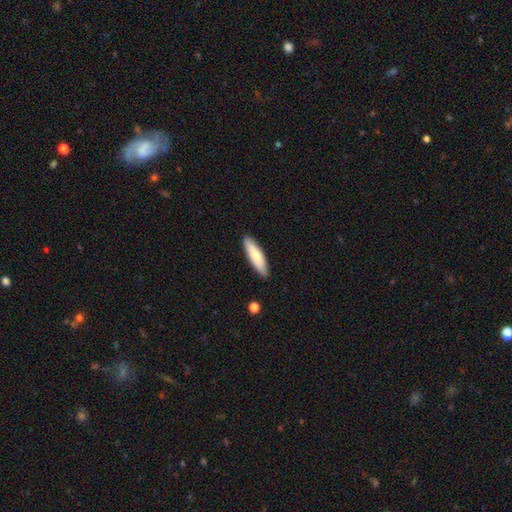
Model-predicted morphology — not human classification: Smooth or featured: smooth — 75% (featured or disk — 20%)
How rounded: cigar-shaped — 63% (in between — 35%)
Merging: none — 88% (minor disturbance — 9%)